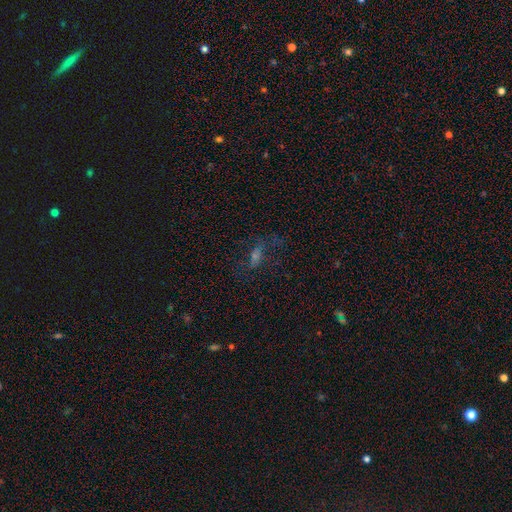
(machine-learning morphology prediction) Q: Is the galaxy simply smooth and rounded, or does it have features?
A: featured or disk — 34%.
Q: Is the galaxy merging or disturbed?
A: none — 55%.